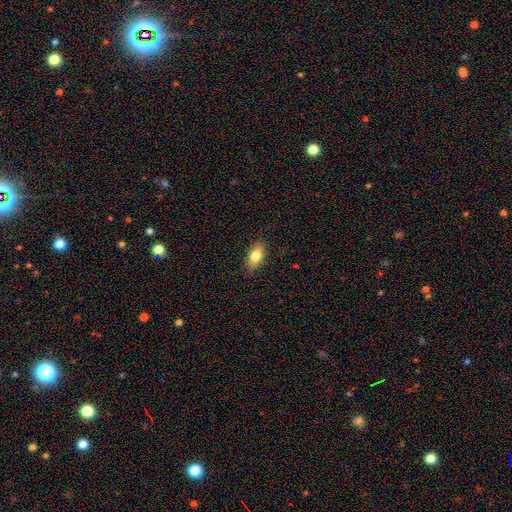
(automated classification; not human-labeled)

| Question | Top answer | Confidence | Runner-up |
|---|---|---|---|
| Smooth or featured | smooth | 79% | featured or disk (13%) |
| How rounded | in between | 88% | cigar-shaped (6%) |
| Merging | none | 86% | minor disturbance (11%) |